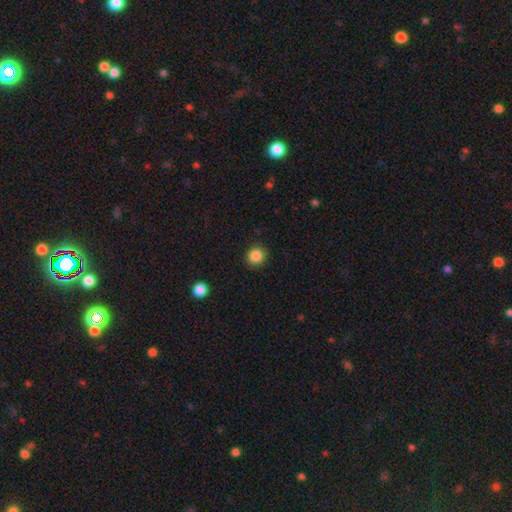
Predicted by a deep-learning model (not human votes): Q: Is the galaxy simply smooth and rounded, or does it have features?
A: smooth — 86%.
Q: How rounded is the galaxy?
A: round — 89%.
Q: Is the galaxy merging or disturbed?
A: none — 89%.